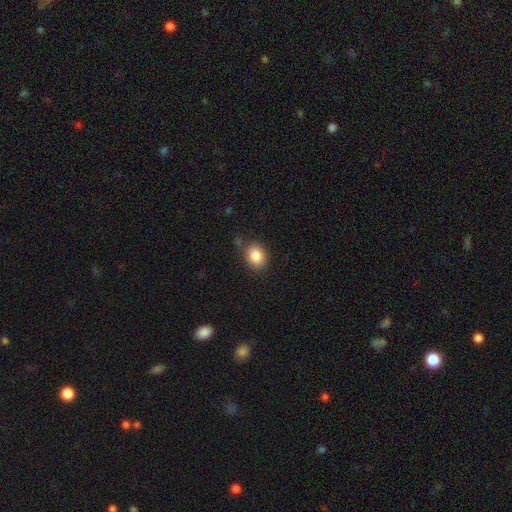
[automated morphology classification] Smooth or featured?
  - smooth: 86% *
  - star or artifact: 9%
  - featured or disk: 5%
How rounded?
  - in between: 56% *
  - round: 43%
  - cigar-shaped: 1%
Merging?
  - none: 80% *
  - minor disturbance: 13%
  - major disturbance: 3%
  - merger: 3%